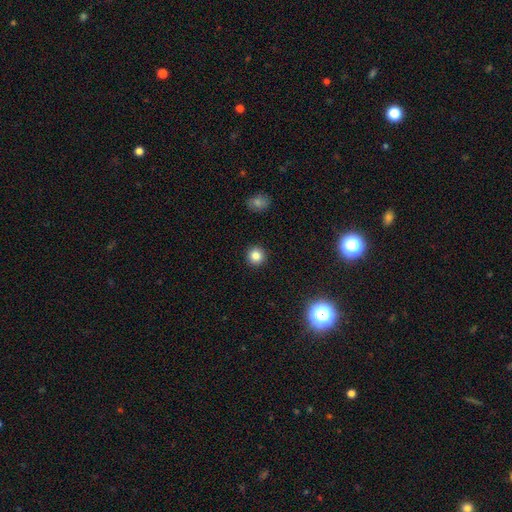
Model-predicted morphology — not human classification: smooth 83%, star or artifact 12%, featured or disk 5%. Down the decision tree: how rounded — round (94%); merging — none (93%).